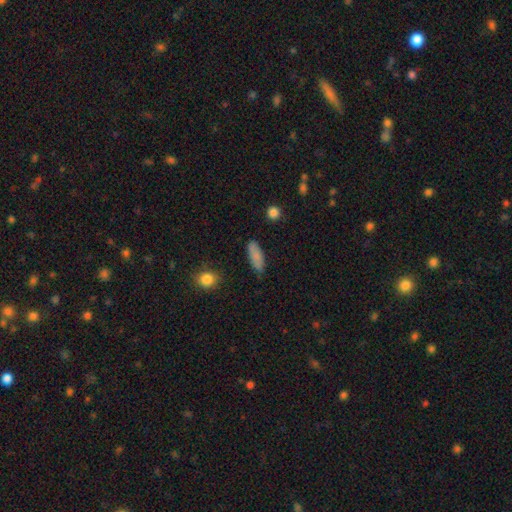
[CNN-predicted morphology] A smooth galaxy with no disk features (82%) that is in between round and cigar-shaped (72%). Merging: none (77%).